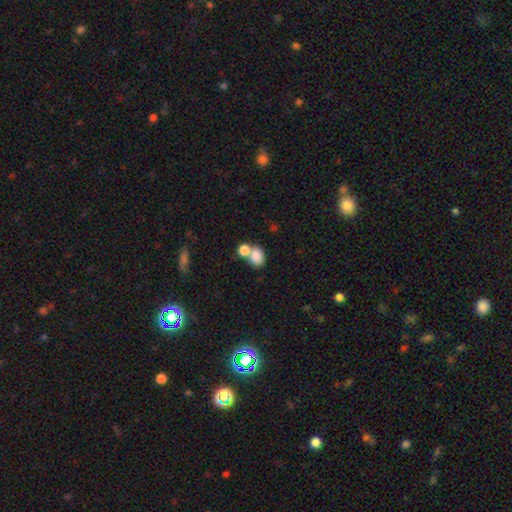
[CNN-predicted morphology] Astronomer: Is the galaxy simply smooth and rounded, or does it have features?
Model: smooth — 82%.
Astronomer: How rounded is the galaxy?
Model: in between — 63%.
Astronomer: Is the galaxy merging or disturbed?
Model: merger — 51% (runner-up: none, 35%).